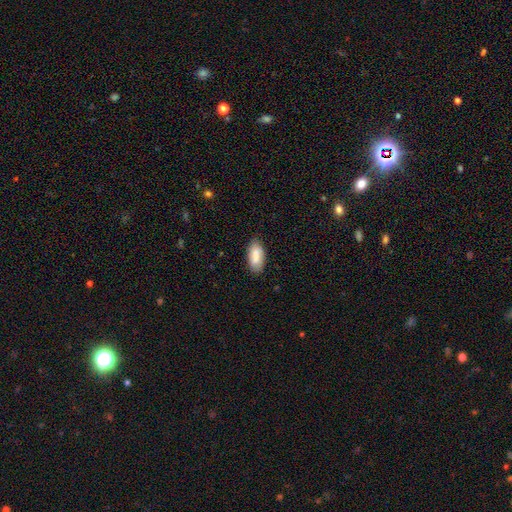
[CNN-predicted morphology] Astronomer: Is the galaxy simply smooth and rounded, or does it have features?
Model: smooth — 86%.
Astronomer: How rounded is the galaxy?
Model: in between — 89%.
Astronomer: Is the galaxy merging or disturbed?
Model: none — 80%.